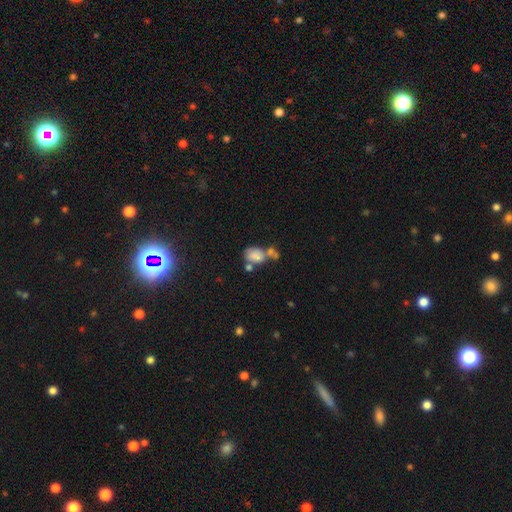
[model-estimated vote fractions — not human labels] Morphology: type=smooth (70%); roundness=in between (76%); merging=merger (49%).